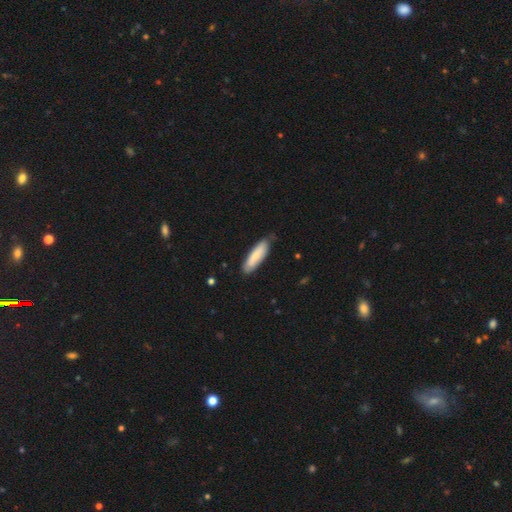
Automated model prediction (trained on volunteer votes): This appears to be a smooth galaxy with no disk features (71%) that is cigar-shaped (55%). Merging: none (76%).